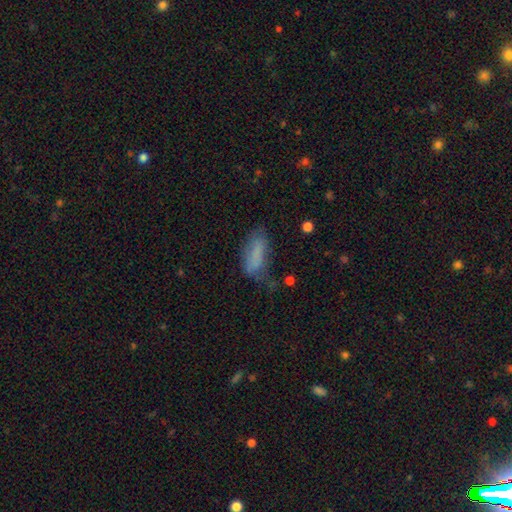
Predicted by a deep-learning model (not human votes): Smooth or featured: smooth — 74% (featured or disk — 16%)
How rounded: in between — 76% (cigar-shaped — 22%)
Merging: none — 43% (minor disturbance — 31%)